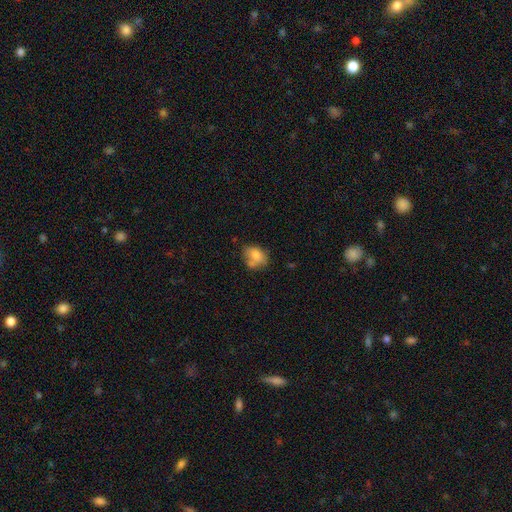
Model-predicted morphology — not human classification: Smooth or featured? smooth (73%)
How rounded? in between (64%)
Merging? none (45%)